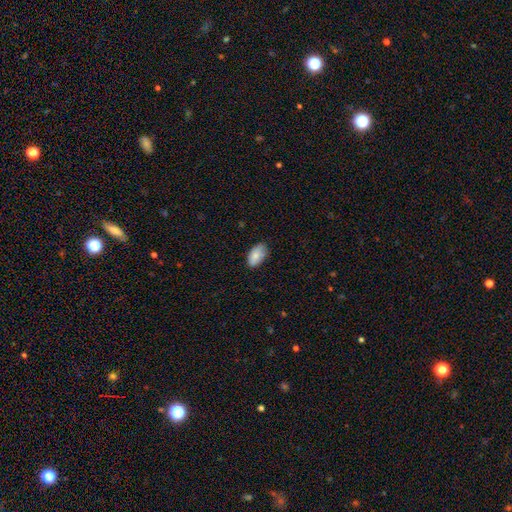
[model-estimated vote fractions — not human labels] smooth-or-featured: smooth: 80% | featured or disk: 13% | star or artifact: 7%
  how-rounded: in between: 94% | round: 4% | cigar-shaped: 2%
  merging: none: 77% | minor disturbance: 19% | major disturbance: 3% | merger: 1%